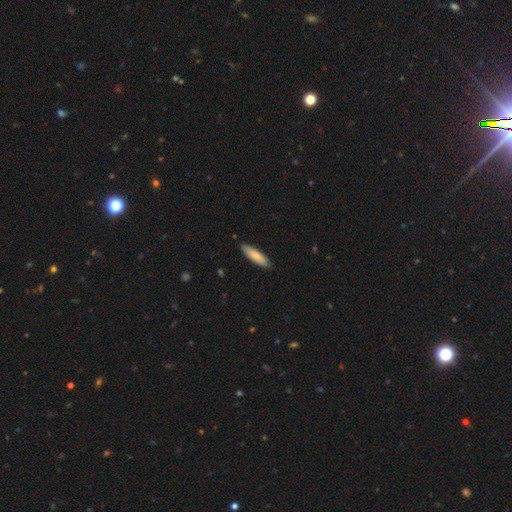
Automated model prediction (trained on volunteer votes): Morphology: type=smooth (81%); roundness=cigar-shaped (64%); merging=none (87%).